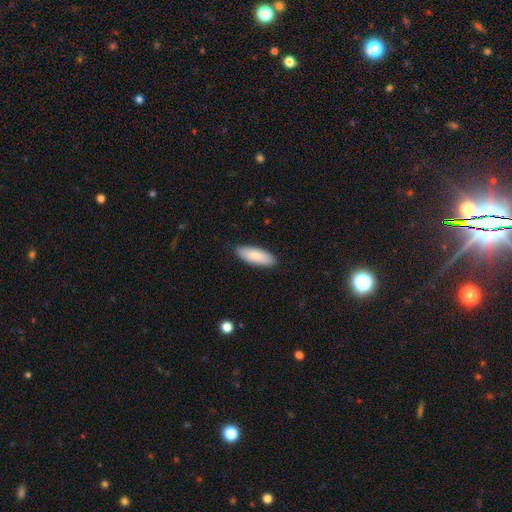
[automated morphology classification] A smooth galaxy with no disk features (86%) that is in between round and cigar-shaped (72%). Merging: none (88%).